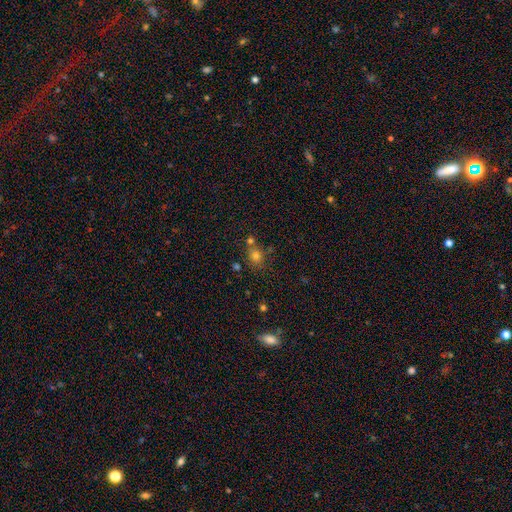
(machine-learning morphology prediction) smooth 71%, star or artifact 20%, featured or disk 10%. Down the decision tree: how rounded — round (70%); merging — none (65%).